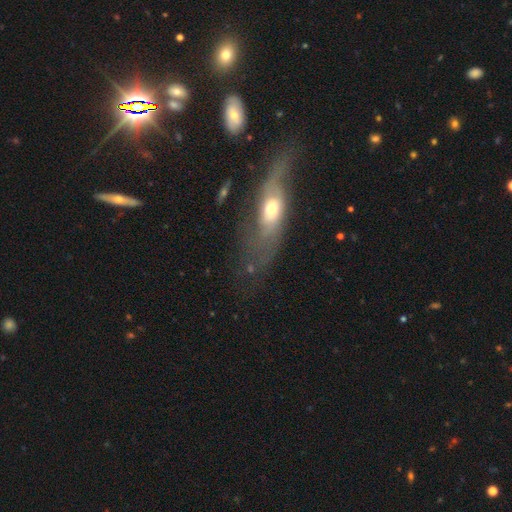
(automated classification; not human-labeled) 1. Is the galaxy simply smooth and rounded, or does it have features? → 64% featured or disk, 23% smooth, 13% star or artifact.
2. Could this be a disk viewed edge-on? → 62% no, 38% yes.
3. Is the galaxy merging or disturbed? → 58% none, 23% minor disturbance, 15% major disturbance, 4% merger.